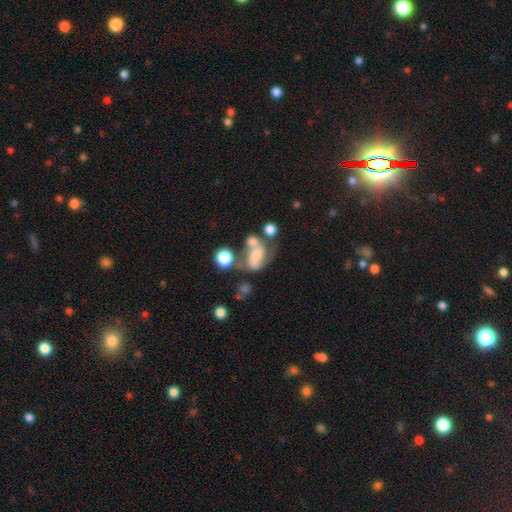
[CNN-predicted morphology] Smooth or featured? Predicted: featured or disk (p=0.59). Edge-on disk? Predicted: no (p=0.96). Bar? Predicted: no (p=0.49). Spiral arms? Predicted: yes (p=0.77). Bulge size? Predicted: moderate (p=0.47). Merging? Predicted: merger (p=0.32, tied with none).